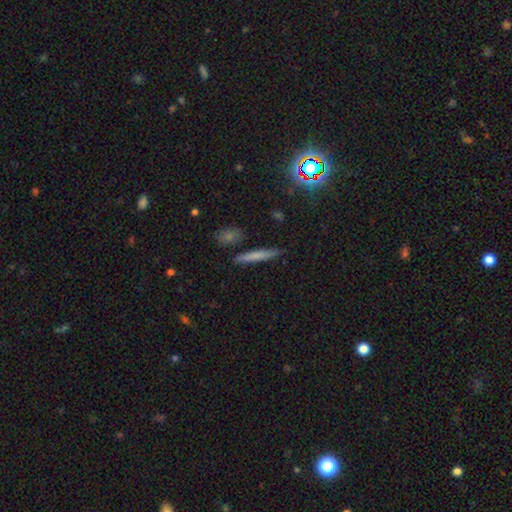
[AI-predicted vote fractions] smooth_or_featured: smooth (p=0.68) [alt: featured or disk p=0.23]
how_rounded: cigar-shaped (p=0.92) [alt: in between p=0.06]
merging: none (p=0.86) [alt: minor disturbance p=0.09]